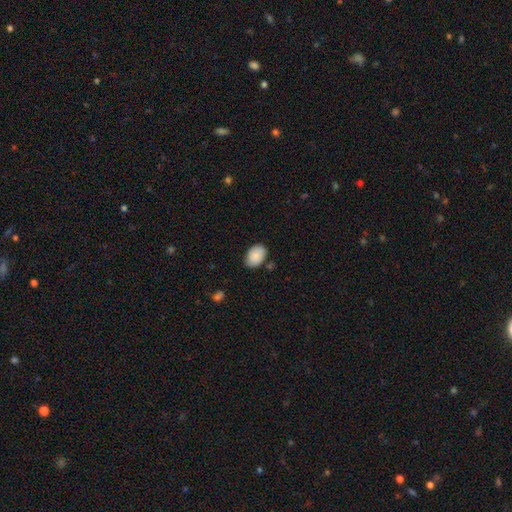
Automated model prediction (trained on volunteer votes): smooth-or-featured: smooth: 89% | star or artifact: 7% | featured or disk: 5%
  how-rounded: in between: 86% | round: 13% | cigar-shaped: 1%
  merging: none: 78% | minor disturbance: 16% | major disturbance: 3% | merger: 3%